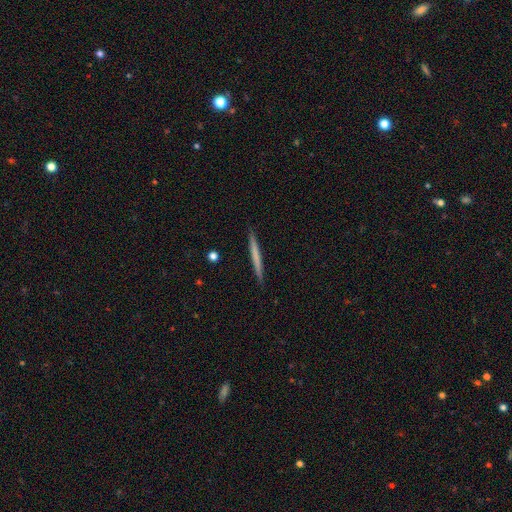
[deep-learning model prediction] This appears to be a smooth galaxy with no disk features (59%) that is cigar-shaped (97%). Merging: none (91%).